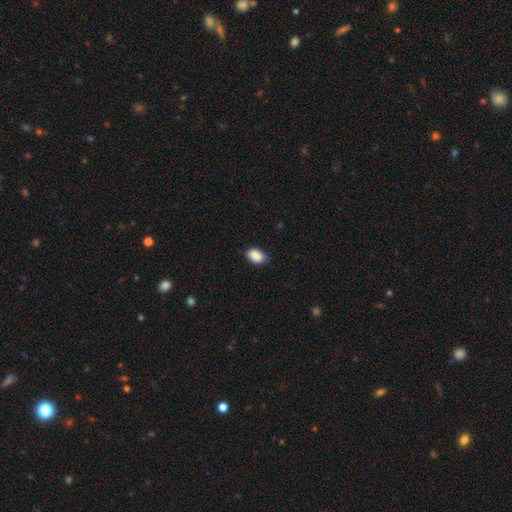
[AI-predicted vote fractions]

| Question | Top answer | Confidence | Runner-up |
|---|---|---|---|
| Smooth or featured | smooth | 89% | star or artifact (7%) |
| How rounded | in between | 90% | round (8%) |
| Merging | none | 85% | minor disturbance (12%) |